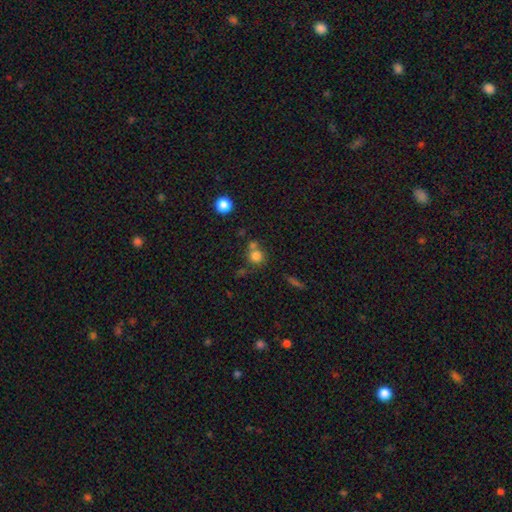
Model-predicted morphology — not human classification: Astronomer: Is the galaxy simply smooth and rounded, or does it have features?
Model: smooth — 78%.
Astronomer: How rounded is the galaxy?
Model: round — 88%.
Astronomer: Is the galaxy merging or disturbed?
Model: none — 52% (runner-up: merger, 34%).